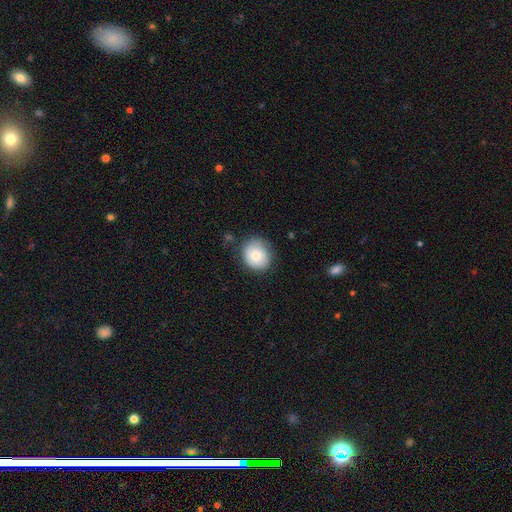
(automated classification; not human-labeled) A smooth galaxy with no disk features (67%) that is round (80%). Merging: none (73%).